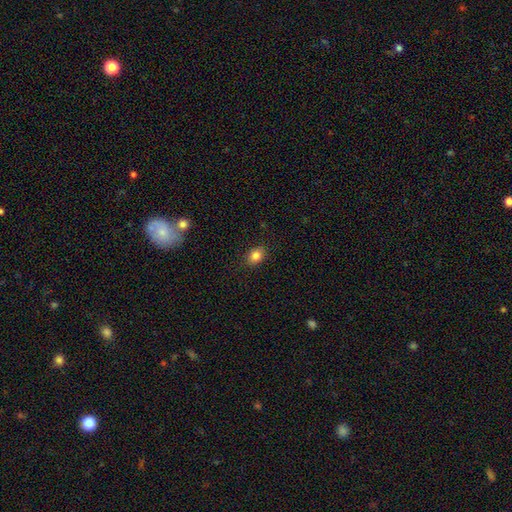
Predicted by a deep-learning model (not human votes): A smooth galaxy with no disk features (84%) that is in between round and cigar-shaped (64%). Merging: none (89%).